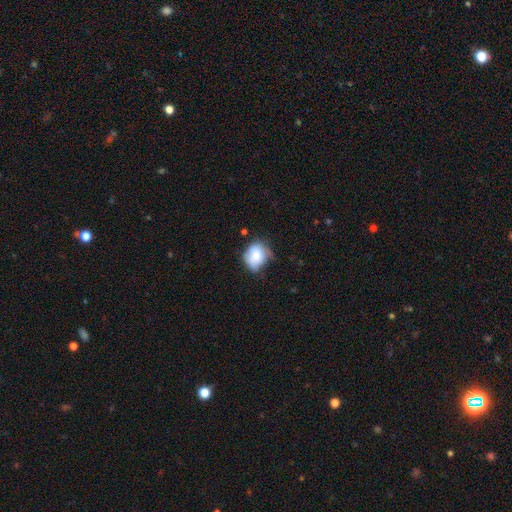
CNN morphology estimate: This is likely a smooth galaxy (76%). How rounded: possibly round (58%). Merging: marginally none (43%).